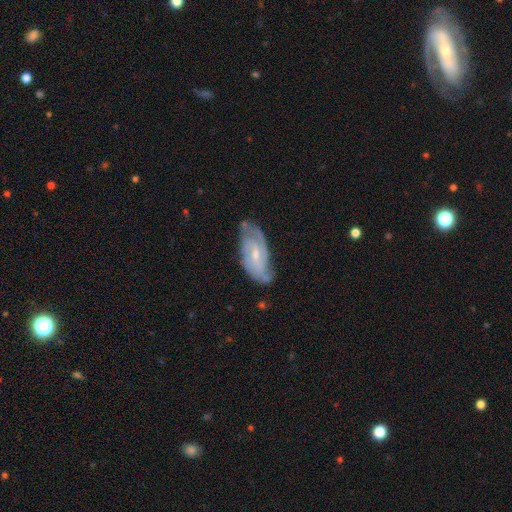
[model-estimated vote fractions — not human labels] featured or disk 85%, smooth 10%, star or artifact 5%. Down the decision tree: edge-on disk — no (95%); bar — weak (54%); spiral arms — yes (96%); spiral arm count — 2 (68%); spiral winding — tight (50%); bulge size — small (56%); merging — none (69%).